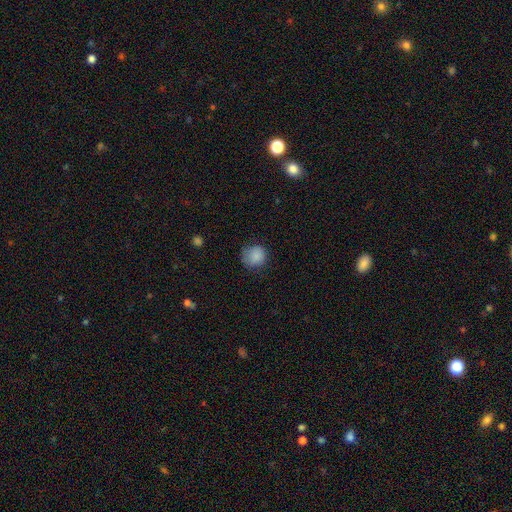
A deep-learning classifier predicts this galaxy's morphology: Q: Smooth or featured?
A: smooth (85%); runner-up: star or artifact (9%)
Q: How rounded?
A: round (86%); runner-up: in between (13%)
Q: Merging?
A: none (70%); runner-up: minor disturbance (23%)